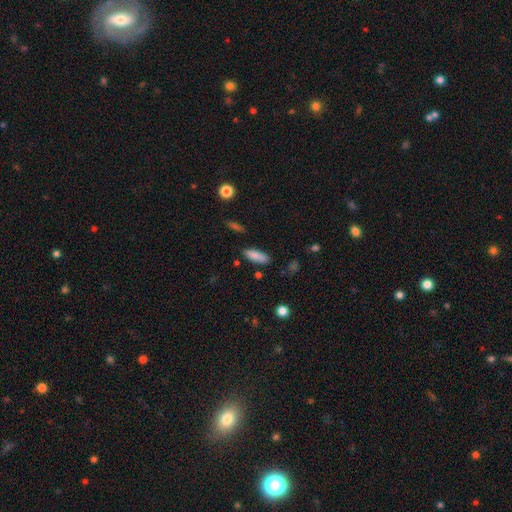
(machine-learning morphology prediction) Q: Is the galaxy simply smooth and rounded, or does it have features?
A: smooth — 86%.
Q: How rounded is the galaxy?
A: in between — 61%.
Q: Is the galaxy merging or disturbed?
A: none — 82%.